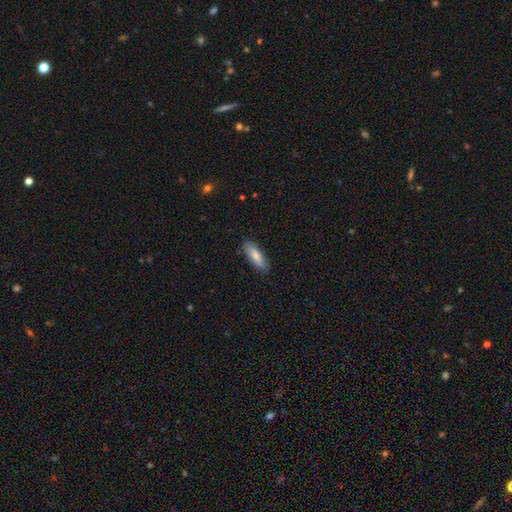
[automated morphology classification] This is likely a smooth galaxy (80%). How rounded: possibly in between (56%). Merging: clearly none (86%).